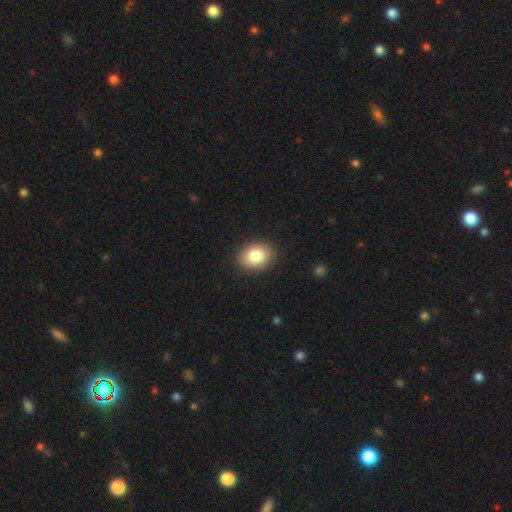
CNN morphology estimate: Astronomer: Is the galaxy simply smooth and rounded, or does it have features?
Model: smooth — 84%.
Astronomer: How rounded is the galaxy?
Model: in between — 62% (runner-up: round, 37%).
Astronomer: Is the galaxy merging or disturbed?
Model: none — 91%.